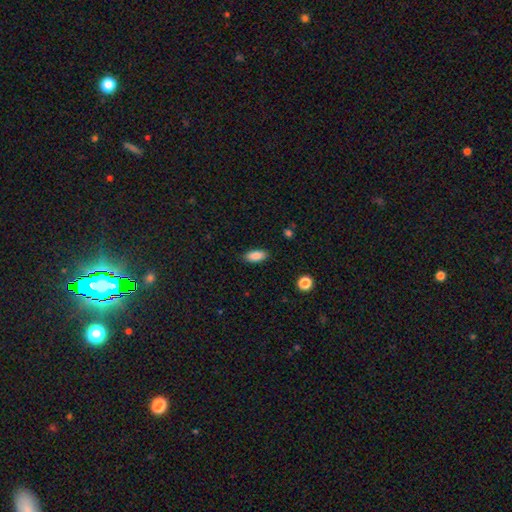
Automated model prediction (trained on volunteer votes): Smooth or featured? Predicted: smooth (p=0.87). How rounded? Predicted: in between (p=0.88). Merging? Predicted: none (p=0.86).